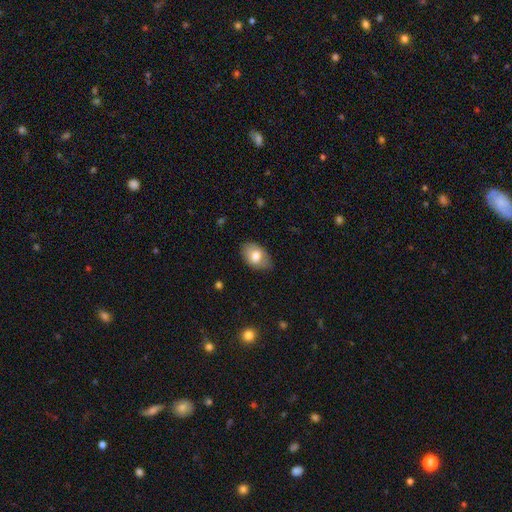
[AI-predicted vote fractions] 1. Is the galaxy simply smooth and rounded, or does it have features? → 76% smooth, 17% featured or disk, 7% star or artifact.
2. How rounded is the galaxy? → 86% in between, 13% round, 1% cigar-shaped.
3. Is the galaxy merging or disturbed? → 79% none, 17% minor disturbance, 3% major disturbance, 1% merger.